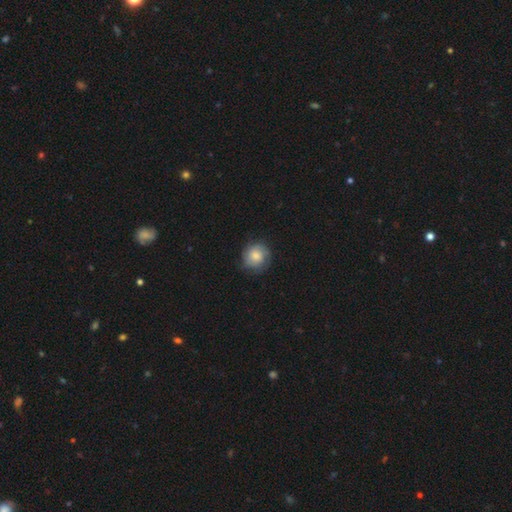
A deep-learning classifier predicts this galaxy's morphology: smooth 69%, featured or disk 23%, star or artifact 8%. Down the decision tree: how rounded — round (88%); merging — none (77%).